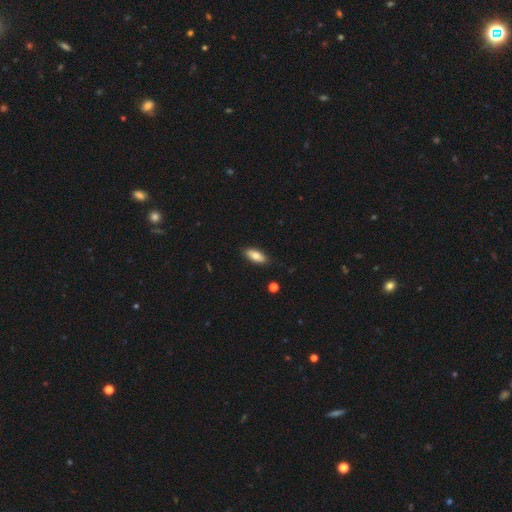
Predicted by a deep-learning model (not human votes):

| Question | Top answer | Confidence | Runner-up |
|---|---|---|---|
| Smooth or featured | smooth | 78% | featured or disk (15%) |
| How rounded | in between | 80% | cigar-shaped (18%) |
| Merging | none | 87% | minor disturbance (10%) |